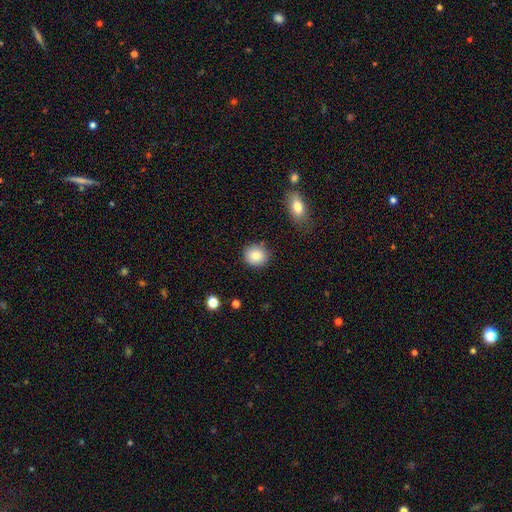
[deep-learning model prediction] A smooth galaxy with no disk features (86%) that is round (81%).

Vote fractions:
- Smooth or featured? smooth: 86% / star or artifact: 8% / featured or disk: 6%
- How rounded? round: 81% / in between: 18% / cigar-shaped: 1%
- Merging? none: 86% / minor disturbance: 9% / major disturbance: 2% / merger: 2%